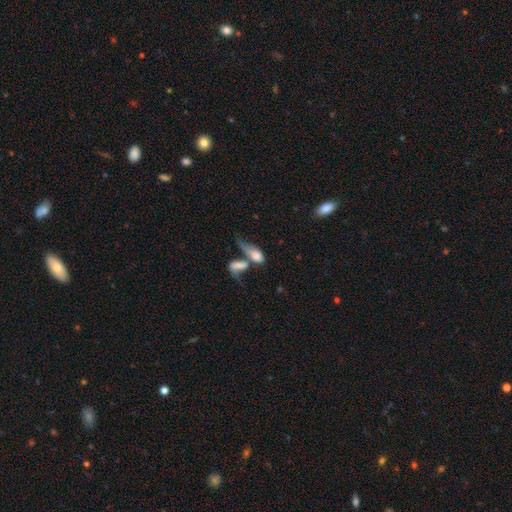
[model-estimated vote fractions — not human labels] Smooth or featured?
  - smooth: 62% *
  - featured or disk: 29%
  - star or artifact: 9%
How rounded?
  - in between: 79% *
  - cigar-shaped: 12%
  - round: 9%
Merging?
  - merger: 63% *
  - major disturbance: 15%
  - none: 13%
  - minor disturbance: 8%